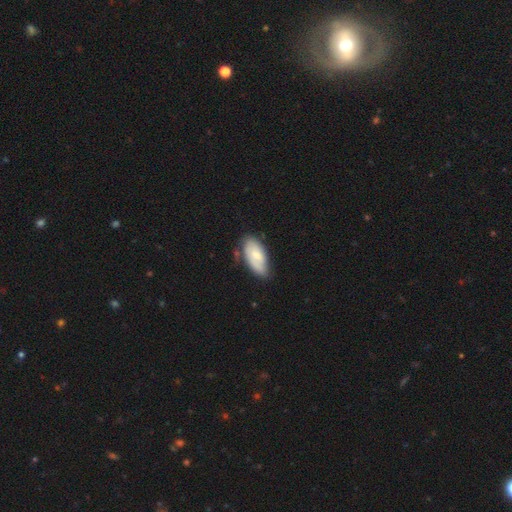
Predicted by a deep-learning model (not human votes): Smooth or featured: smooth — 62% (featured or disk — 32%)
How rounded: in between — 91% (cigar-shaped — 7%)
Merging: none — 60% (minor disturbance — 30%)